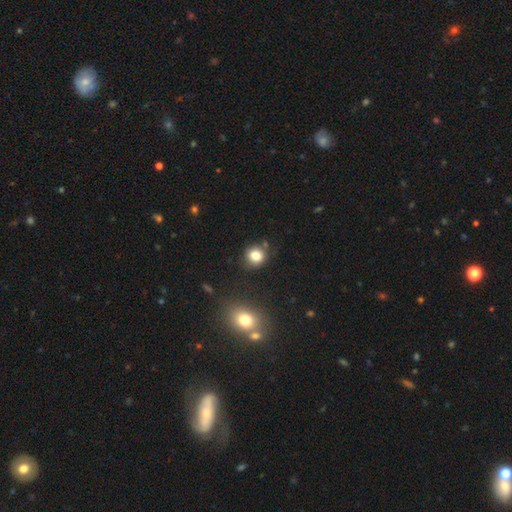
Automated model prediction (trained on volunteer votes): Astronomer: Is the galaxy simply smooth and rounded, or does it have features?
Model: smooth — 82%.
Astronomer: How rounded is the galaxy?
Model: round — 84%.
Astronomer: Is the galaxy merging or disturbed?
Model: none — 81%.